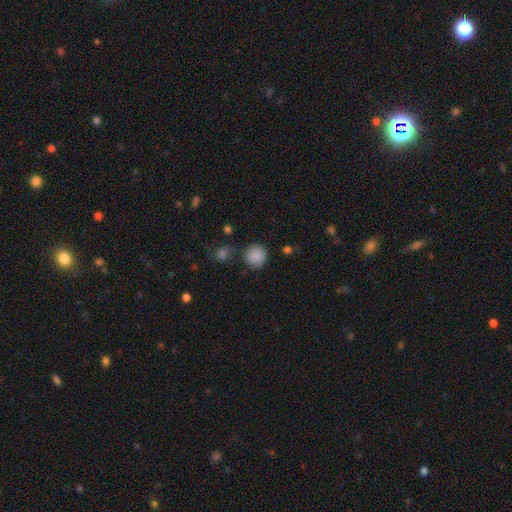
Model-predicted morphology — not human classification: smooth_or_featured: smooth (p=0.86) [alt: star or artifact p=0.10]
how_rounded: round (p=0.91) [alt: in between p=0.08]
merging: none (p=0.78) [alt: minor disturbance p=0.12]